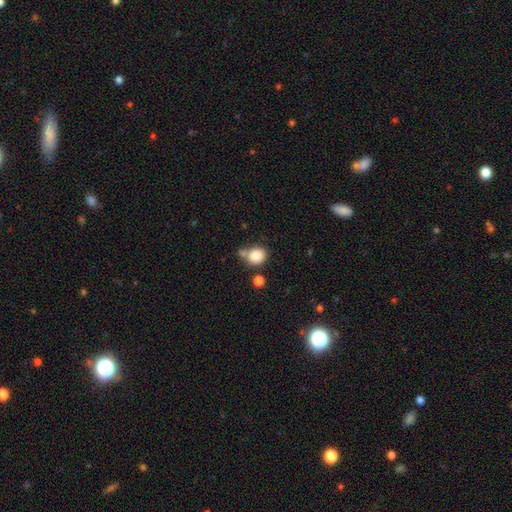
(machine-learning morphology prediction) smooth_or_featured: smooth (p=0.85) [alt: star or artifact p=0.10]
how_rounded: round (p=0.75) [alt: in between p=0.24]
merging: none (p=0.57) [alt: merger p=0.24]